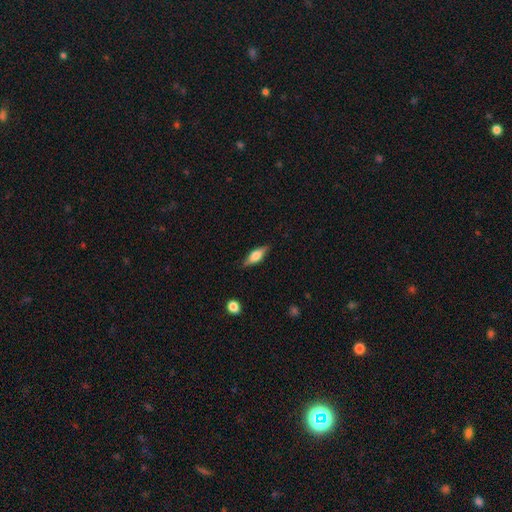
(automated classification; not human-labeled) Q: Smooth or featured?
A: smooth (49%); runner-up: featured or disk (44%)
Q: Merging?
A: none (83%); runner-up: minor disturbance (12%)